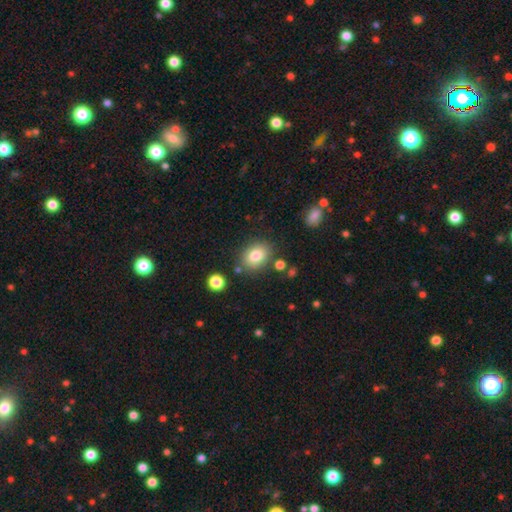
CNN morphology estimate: This appears to be a smooth galaxy with no disk features (81%) that is in between round and cigar-shaped (65%). Merging: none (80%).